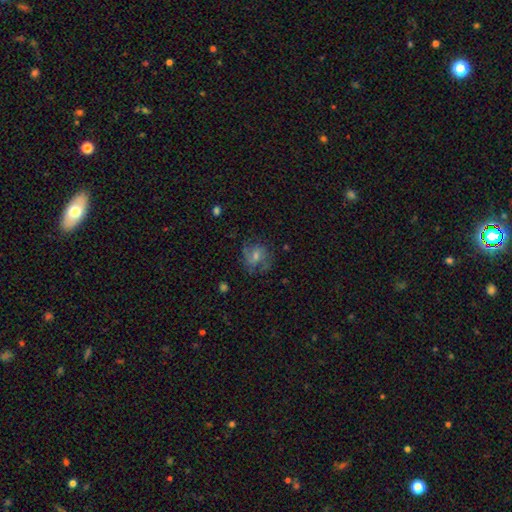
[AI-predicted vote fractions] Smooth or featured? featured or disk (55%)
Edge-on disk? no (97%)
Bar? no (47%)
Spiral arms? yes (82%)
Bulge size? moderate (44%, tied with small)
Merging? none (68%)